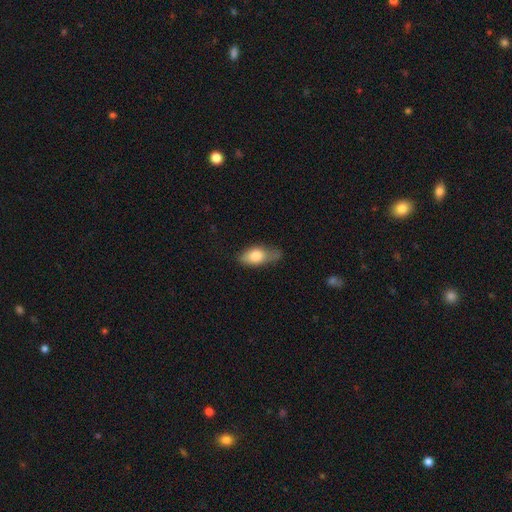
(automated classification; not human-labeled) Overall: smooth (75%). How rounded: in between (83%). Merging: none (43%; minor disturbance 39%).